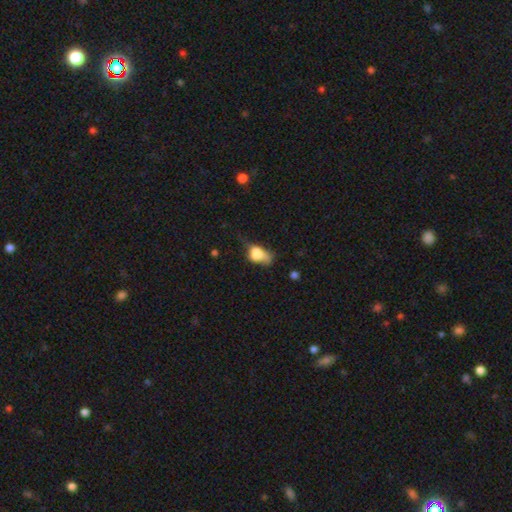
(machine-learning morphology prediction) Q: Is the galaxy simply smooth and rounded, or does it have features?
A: smooth — 70%.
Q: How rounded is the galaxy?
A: in between — 79%.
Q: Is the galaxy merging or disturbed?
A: major disturbance — 36%.